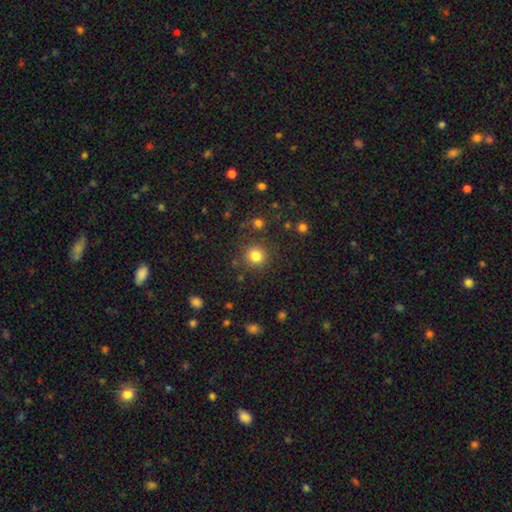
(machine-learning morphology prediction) smooth 82%, star or artifact 13%, featured or disk 5%. Down the decision tree: how rounded — round (93%); merging — none (85%).